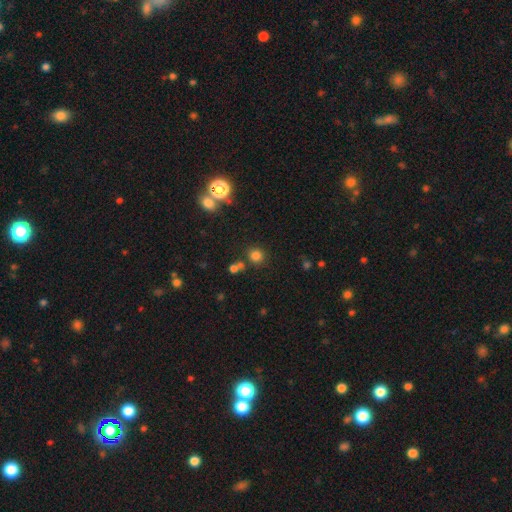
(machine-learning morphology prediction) Smooth or featured? smooth (77%)
How rounded? round (88%)
Merging? none (76%)